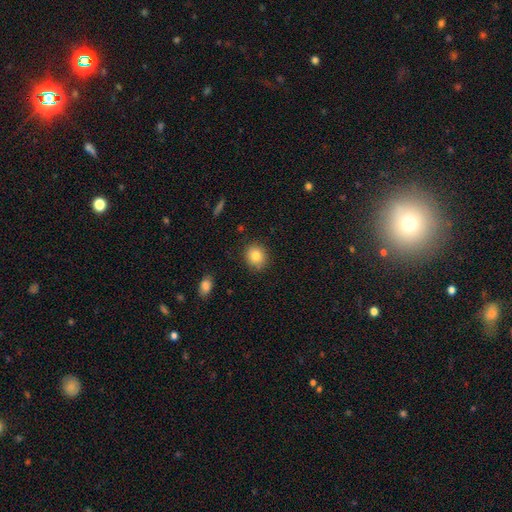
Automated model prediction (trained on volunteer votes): A smooth galaxy with no disk features (82%) that is round (77%).

Vote fractions:
- Smooth or featured? smooth: 82% / star or artifact: 9% / featured or disk: 8%
- How rounded? round: 77% / in between: 22% / cigar-shaped: 1%
- Merging? none: 87% / minor disturbance: 9% / major disturbance: 2% / merger: 1%